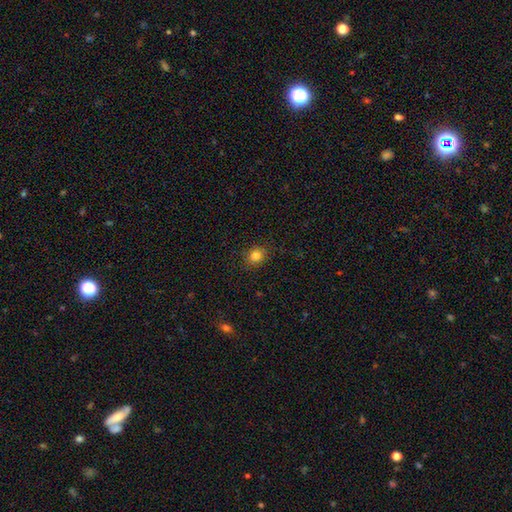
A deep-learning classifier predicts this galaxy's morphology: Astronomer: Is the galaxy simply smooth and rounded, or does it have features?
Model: smooth — 83%.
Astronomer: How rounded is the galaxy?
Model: round — 77%.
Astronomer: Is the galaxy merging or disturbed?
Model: none — 88%.